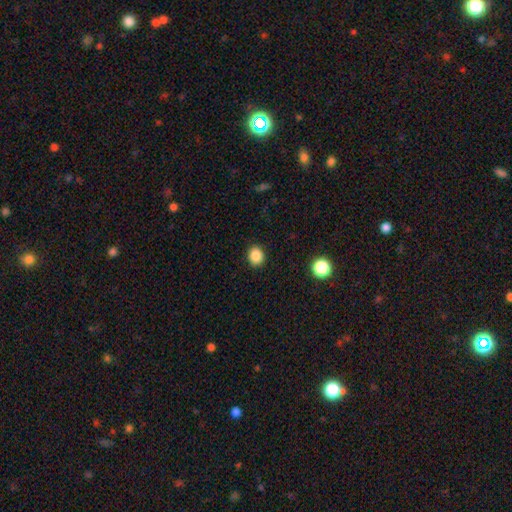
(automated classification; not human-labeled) smooth_or_featured: smooth (p=0.87) [alt: star or artifact p=0.10]
how_rounded: round (p=0.70) [alt: in between p=0.29]
merging: none (p=0.91) [alt: minor disturbance p=0.06]